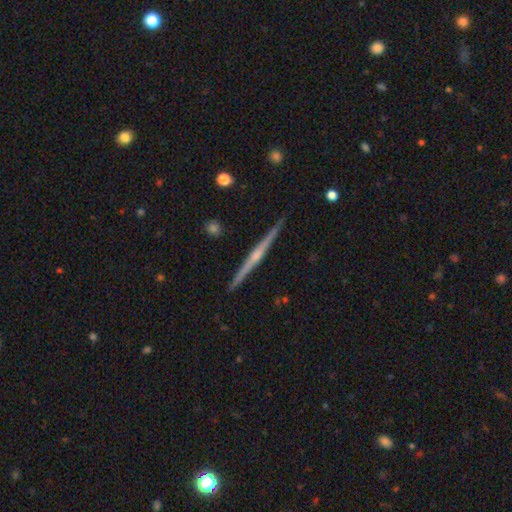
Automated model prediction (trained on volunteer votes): The model was most divided on "edge-on bulge": rounded: 76%, none: 16%, boxy: 8%. More confident: edge-on disk — yes (99%); merging — none (92%); smooth or featured — featured or disk (81%).